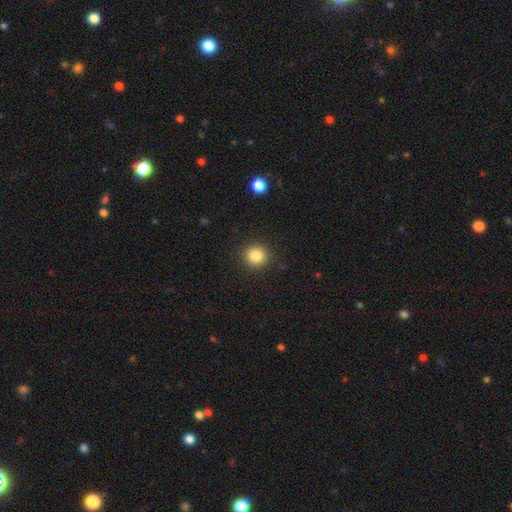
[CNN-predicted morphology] Smooth or featured: smooth — 84% (star or artifact — 10%)
How rounded: round — 93% (in between — 6%)
Merging: none — 91% (minor disturbance — 6%)